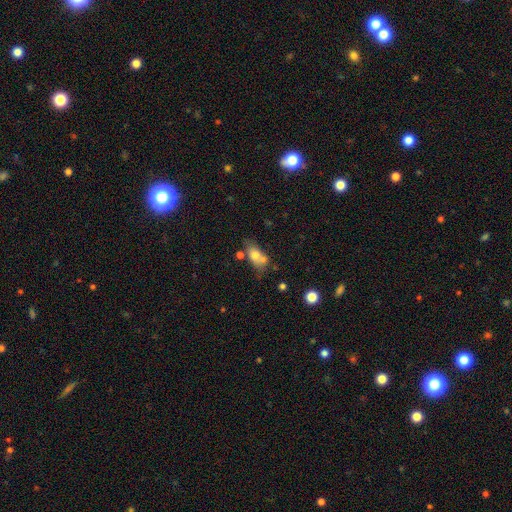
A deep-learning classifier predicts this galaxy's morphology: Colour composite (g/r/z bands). It shows a smooth galaxy with no disk features (67%) that is in between round and cigar-shaped (80%). Merging: none (38%).